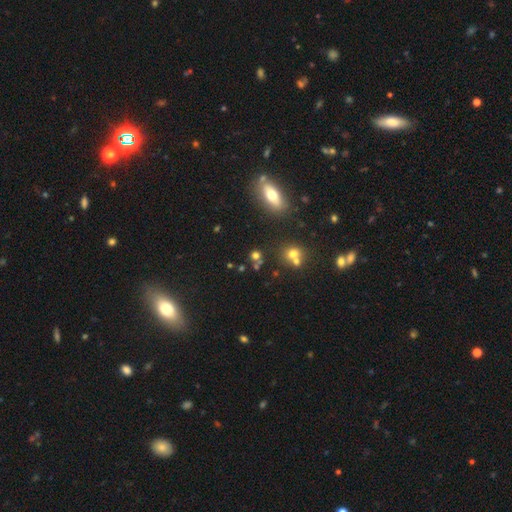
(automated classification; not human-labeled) A smooth galaxy with no disk features (65%) that is round (80%). Merging: none (64%).